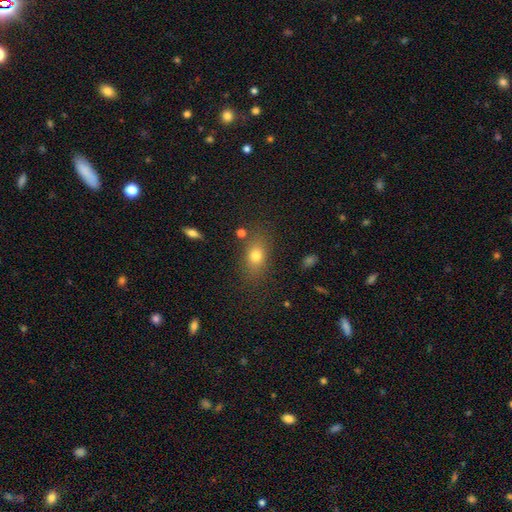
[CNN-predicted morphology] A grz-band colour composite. It shows a smooth galaxy with no disk features (75%) that is in between round and cigar-shaped (69%). Merging: none (77%).